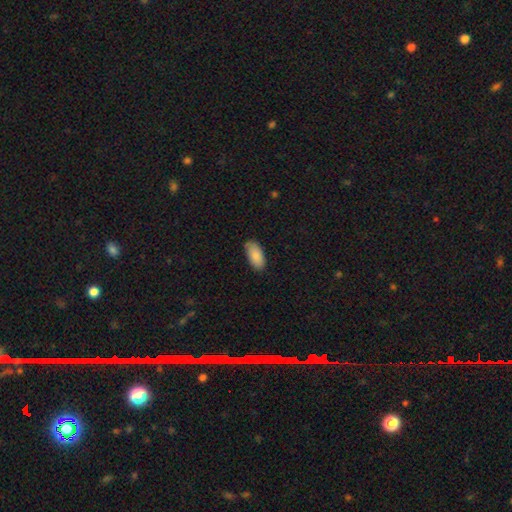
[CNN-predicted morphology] Overall: smooth (86%). How rounded: in between (93%). Merging: none (82%).